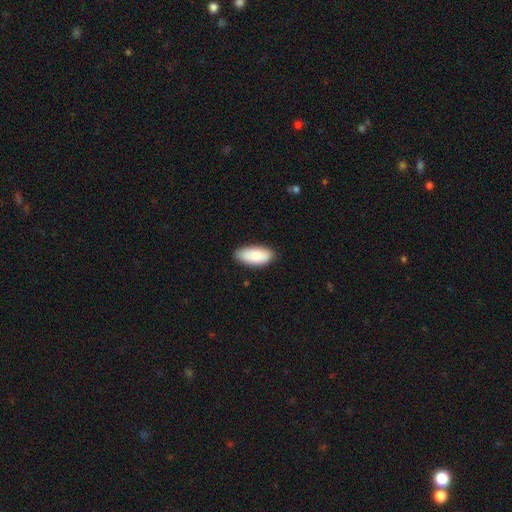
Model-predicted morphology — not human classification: A smooth galaxy with no disk features (85%) that is in between round and cigar-shaped (91%). Merging: none (84%).